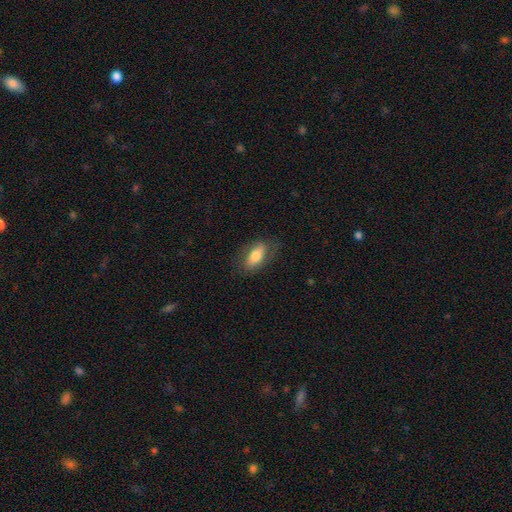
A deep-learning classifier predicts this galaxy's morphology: smooth 71%, featured or disk 23%, star or artifact 6%. Down the decision tree: how rounded — in between (84%); merging — none (75%).